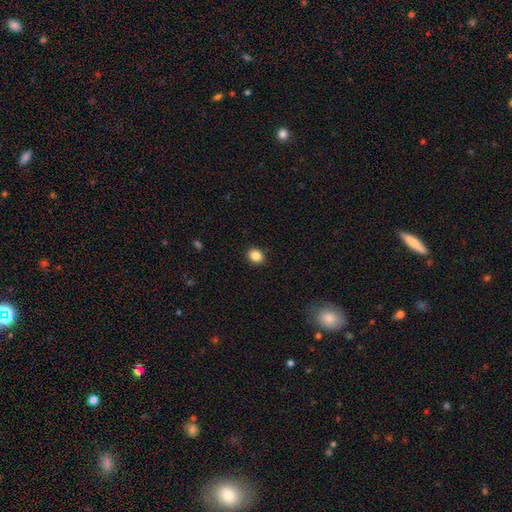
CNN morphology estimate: A smooth galaxy with no disk features (86%) that is round (64%). Merging: none (91%).